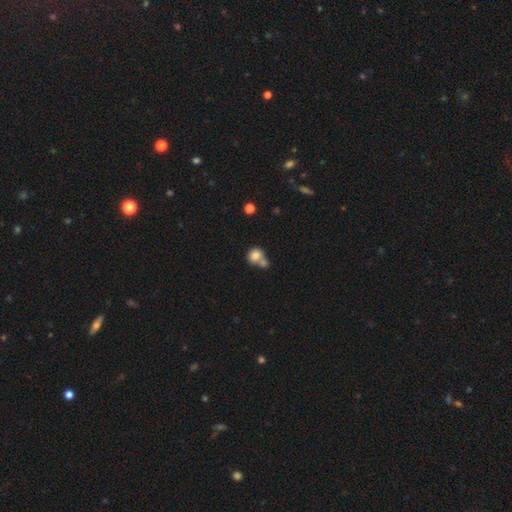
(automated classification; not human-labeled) The model was most divided on "merging": merger: 51%, none: 35%, minor disturbance: 10%, major disturbance: 4%. More confident: smooth or featured — smooth (79%); how rounded — round (74%).